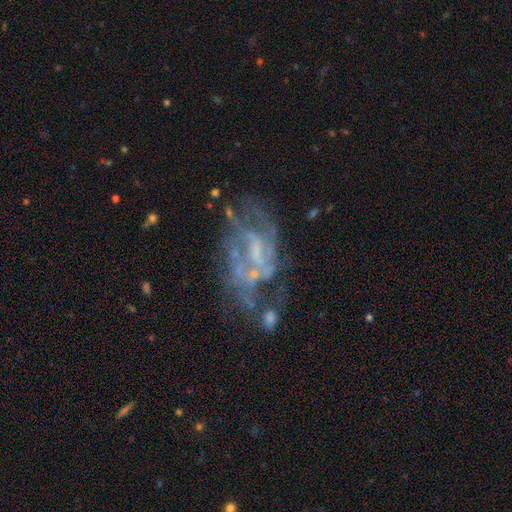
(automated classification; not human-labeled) Q: Smooth or featured?
A: featured or disk (78%); runner-up: star or artifact (11%)
Q: Edge-on disk?
A: no (97%); runner-up: yes (3%)
Q: Bar?
A: no (44%); runner-up: weak (41%)
Q: Spiral arms?
A: yes (65%); runner-up: no (35%)
Q: Bulge size?
A: none (46%); runner-up: small (31%)
Q: Merging?
A: none (37%); runner-up: major disturbance (30%)